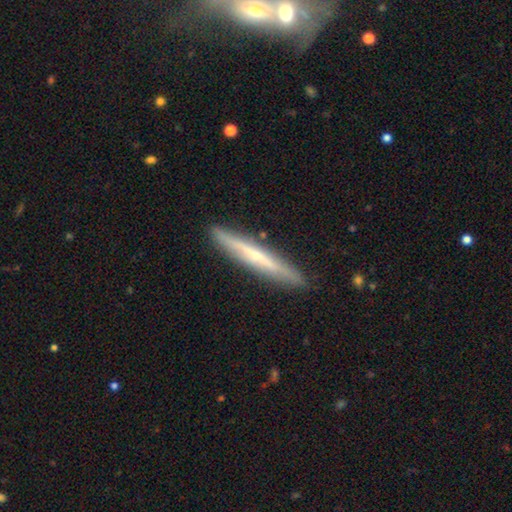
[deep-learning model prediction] Smooth or featured: featured or disk — 58% (smooth — 36%)
Edge-on disk: yes — 94% (no — 6%)
Edge-on bulge: none — 48% (rounded — 46%)
Merging: none — 90% (minor disturbance — 8%)